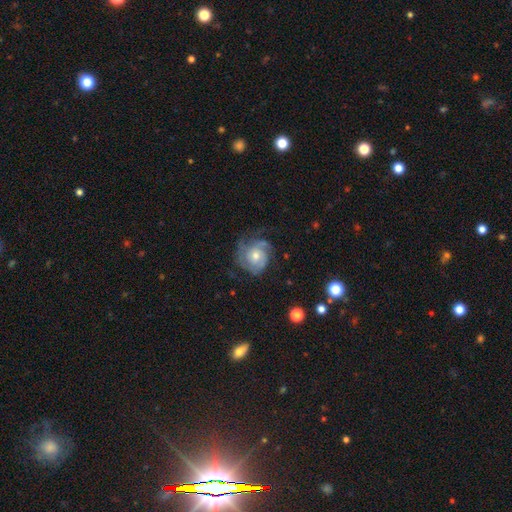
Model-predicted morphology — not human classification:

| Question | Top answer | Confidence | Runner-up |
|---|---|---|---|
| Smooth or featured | featured or disk | 75% | smooth (18%) |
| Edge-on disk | no | 98% | yes (2%) |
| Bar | no | 77% | weak (20%) |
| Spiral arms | yes | 91% | no (9%) |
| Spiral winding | tight | 54% | medium (34%) |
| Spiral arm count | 3 | 31% | can't tell (29%) |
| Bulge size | moderate | 56% | small (36%) |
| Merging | none | 58% | minor disturbance (24%) |